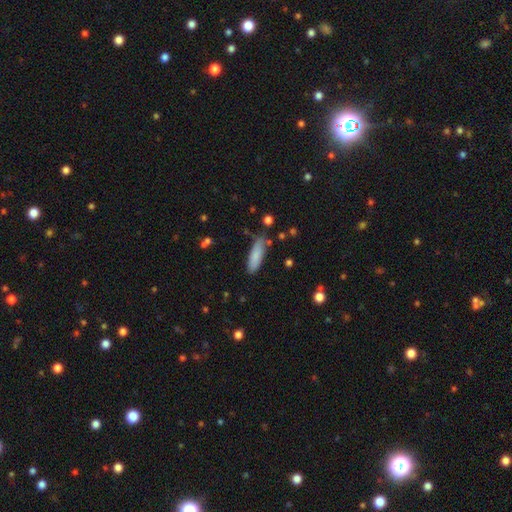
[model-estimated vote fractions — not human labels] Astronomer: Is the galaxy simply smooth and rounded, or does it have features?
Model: smooth — 83%.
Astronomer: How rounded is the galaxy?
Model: cigar-shaped — 54% (runner-up: in between, 44%).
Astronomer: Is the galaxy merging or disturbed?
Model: none — 76%.